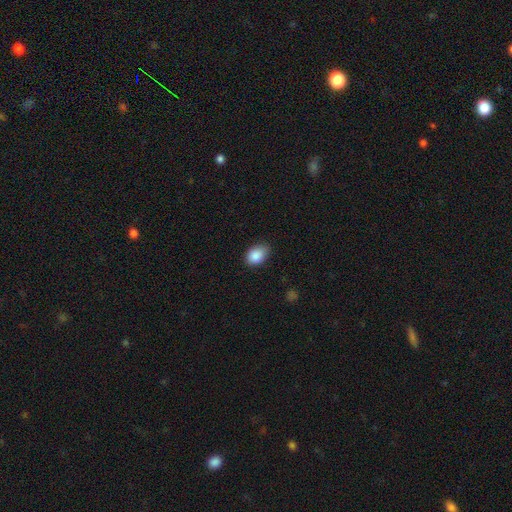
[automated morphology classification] This is clearly a smooth galaxy (88%). How rounded: likely in between (78%). Merging: likely none (73%).